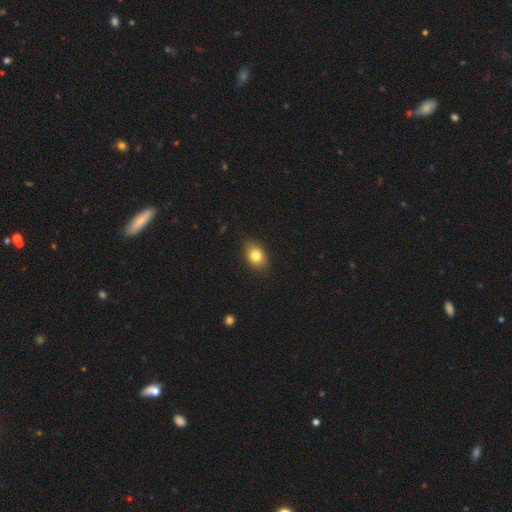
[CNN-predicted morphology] This is clearly a smooth galaxy (80%). How rounded: likely in between (67%). Merging: clearly none (83%).